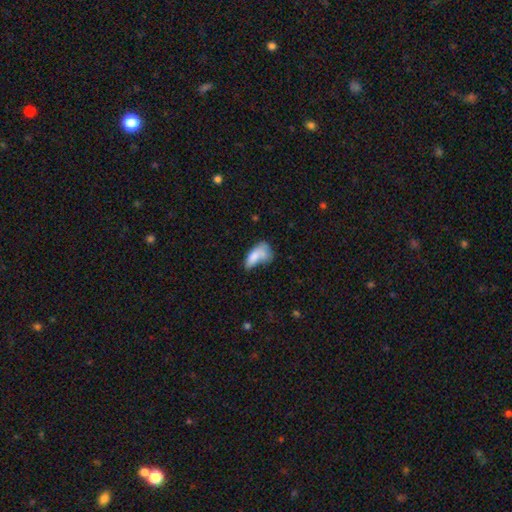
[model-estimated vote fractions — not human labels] The model was most divided on "merging": merger: 34%, none: 23%, major disturbance: 22%, minor disturbance: 21%. More confident: how rounded — in between (81%); smooth or featured — smooth (72%).